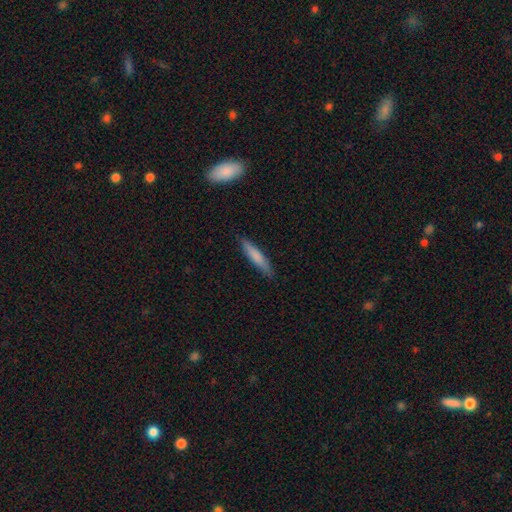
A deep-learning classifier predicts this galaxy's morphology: smooth 74%, featured or disk 20%, star or artifact 6%. Down the decision tree: how rounded — cigar-shaped (88%); merging — none (87%).